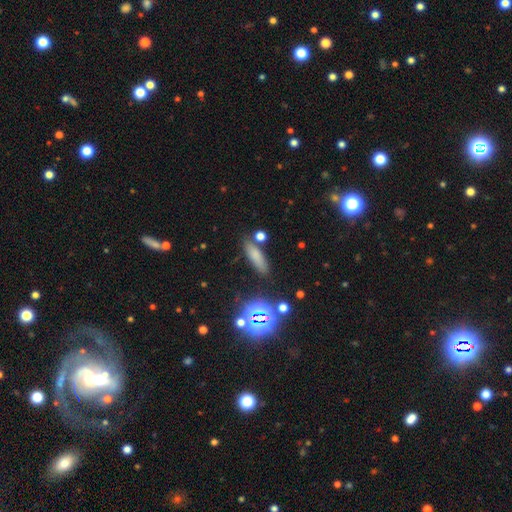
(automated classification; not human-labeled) Q: Smooth or featured?
A: smooth (71%); runner-up: star or artifact (18%)
Q: How rounded?
A: cigar-shaped (57%); runner-up: in between (38%)
Q: Merging?
A: none (77%); runner-up: minor disturbance (12%)